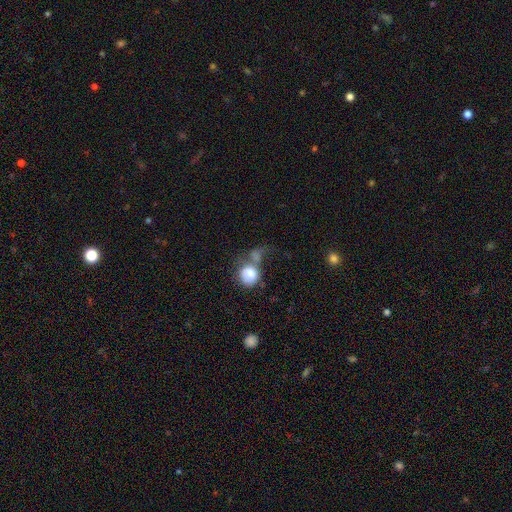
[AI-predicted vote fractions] Smooth or featured?
  - smooth: 70% *
  - featured or disk: 18%
  - star or artifact: 13%
How rounded?
  - round: 70% *
  - in between: 29%
  - cigar-shaped: 2%
Merging?
  - merger: 36% *
  - none: 29%
  - major disturbance: 20%
  - minor disturbance: 15%